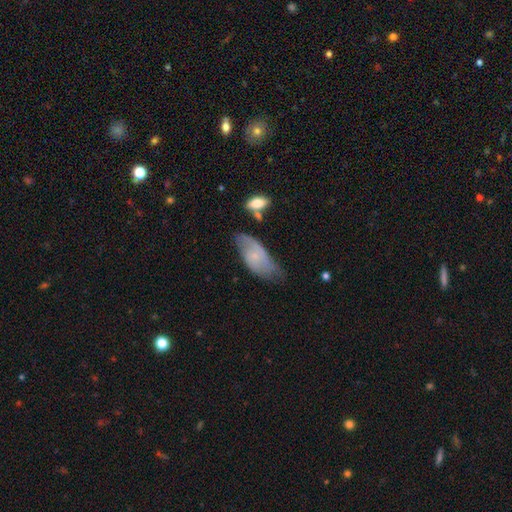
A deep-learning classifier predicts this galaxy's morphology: Smooth or featured?
  - featured or disk: 47% *
  - smooth: 46%
  - star or artifact: 7%
Merging?
  - none: 43% *
  - minor disturbance: 36%
  - major disturbance: 15%
  - merger: 6%